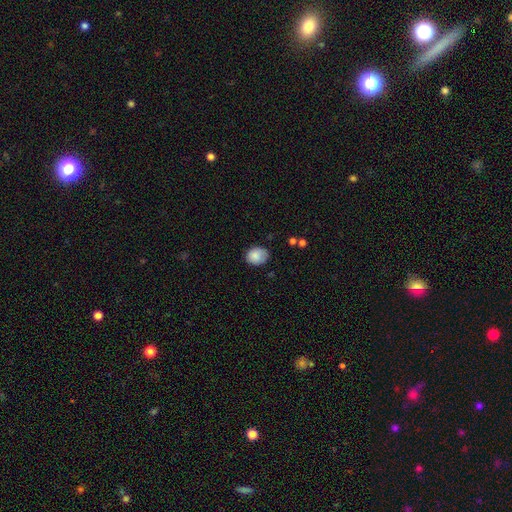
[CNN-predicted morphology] Smooth or featured?
  - smooth: 86% *
  - star or artifact: 8%
  - featured or disk: 6%
How rounded?
  - in between: 50% *
  - round: 49%
  - cigar-shaped: 1%
Merging?
  - none: 69% *
  - minor disturbance: 24%
  - major disturbance: 4%
  - merger: 2%